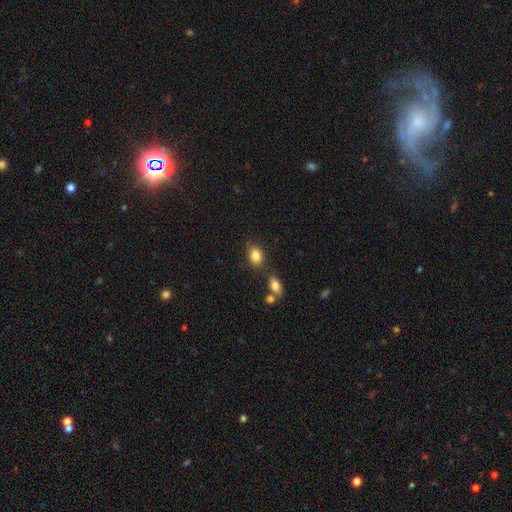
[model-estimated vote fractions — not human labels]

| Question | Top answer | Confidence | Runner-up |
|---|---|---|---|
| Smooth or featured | smooth | 85% | star or artifact (9%) |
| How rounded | in between | 76% | round (23%) |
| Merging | none | 75% | minor disturbance (12%) |